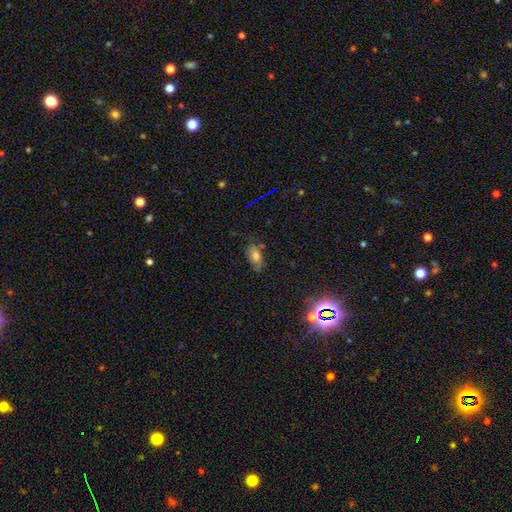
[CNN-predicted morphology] This is likely a smooth galaxy (68%). How rounded: clearly in between (87%). Merging: likely none (65%).